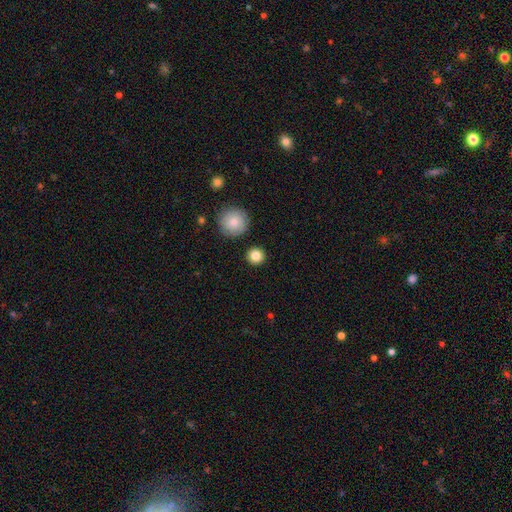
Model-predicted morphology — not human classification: This appears to be a smooth galaxy with no disk features (83%) that is round (94%). Merging: none (89%).